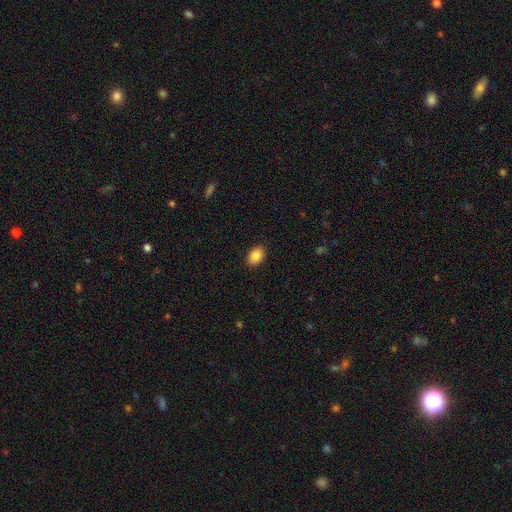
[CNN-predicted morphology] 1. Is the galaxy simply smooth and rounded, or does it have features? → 88% smooth, 8% star or artifact, 4% featured or disk.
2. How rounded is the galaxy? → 79% in between, 20% round, 1% cigar-shaped.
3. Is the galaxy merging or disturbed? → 90% none, 7% minor disturbance, 2% major disturbance, 1% merger.